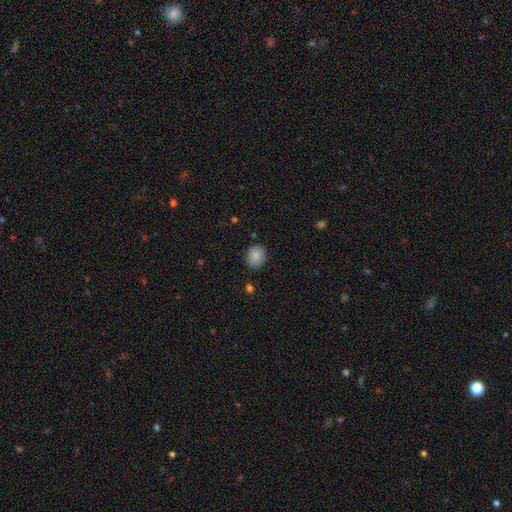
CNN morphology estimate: This is clearly a smooth galaxy (88%). How rounded: possibly round (59%). Merging: clearly none (85%).